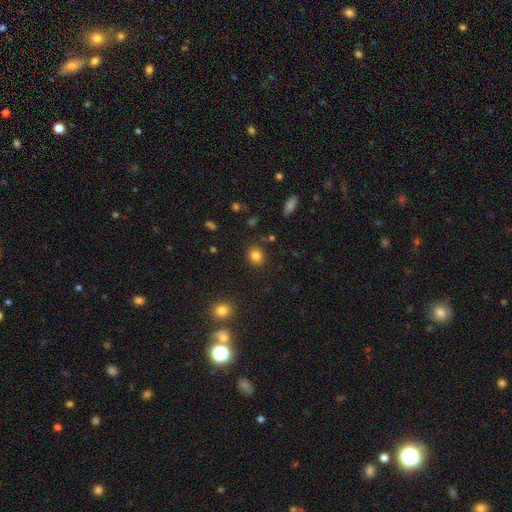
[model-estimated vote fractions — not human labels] Smooth or featured?
  - smooth: 83% *
  - star or artifact: 11%
  - featured or disk: 6%
How rounded?
  - round: 65% *
  - in between: 34%
  - cigar-shaped: 1%
Merging?
  - none: 86% *
  - minor disturbance: 9%
  - major disturbance: 3%
  - merger: 2%